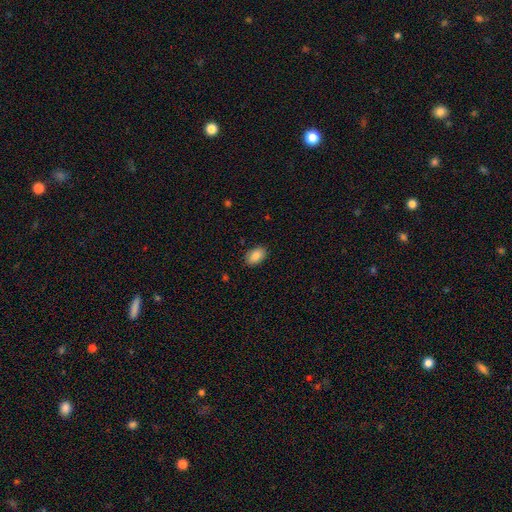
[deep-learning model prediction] Smooth or featured? Predicted: smooth (p=0.87). How rounded? Predicted: in between (p=0.90). Merging? Predicted: none (p=0.88).